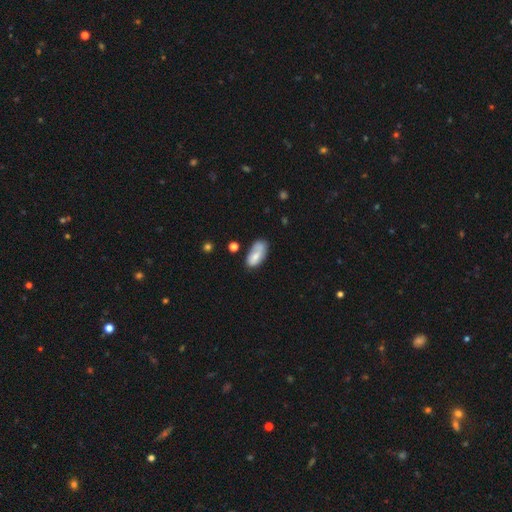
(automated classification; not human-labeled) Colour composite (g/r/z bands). It shows a smooth galaxy with no disk features (65%) that is in between round and cigar-shaped (90%). Merging: none (51%).